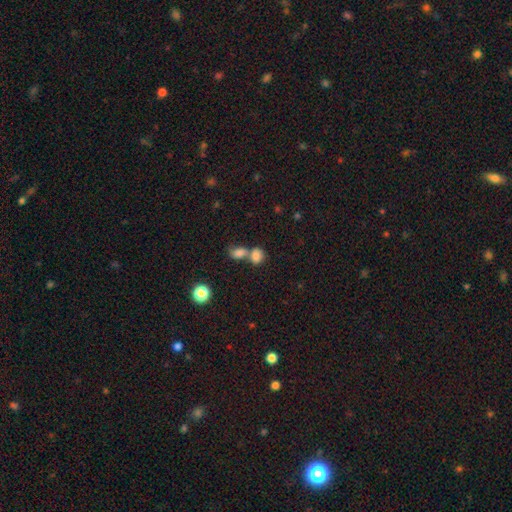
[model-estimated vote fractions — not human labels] Overall: smooth (81%). How rounded: in between (50%; round 48%). Merging: merger (62%; none 27%).